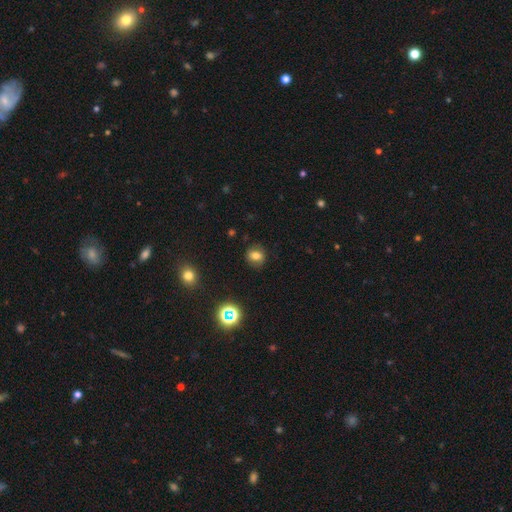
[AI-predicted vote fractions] The model was most divided on "how rounded": round: 65%, in between: 33%, cigar-shaped: 1%. More confident: merging — none (86%); smooth or featured — smooth (72%).